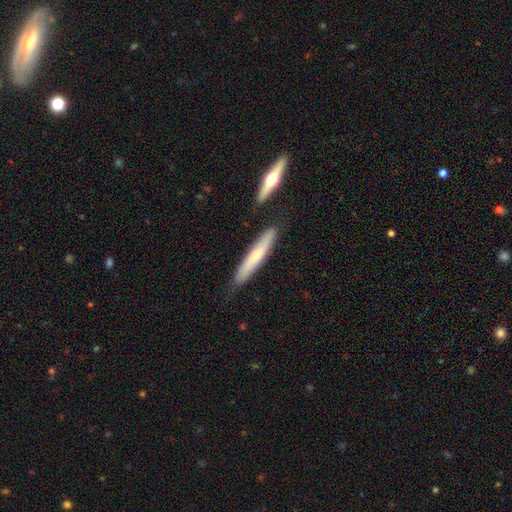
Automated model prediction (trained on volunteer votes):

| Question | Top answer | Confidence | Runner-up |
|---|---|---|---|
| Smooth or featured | smooth | 58% | featured or disk (37%) |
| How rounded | cigar-shaped | 91% | in between (8%) |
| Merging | none | 77% | minor disturbance (14%) |